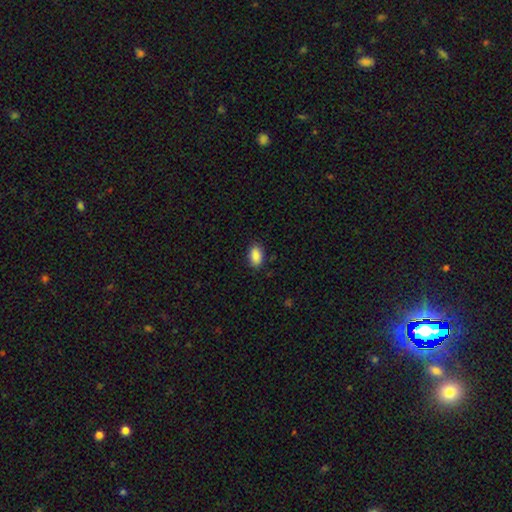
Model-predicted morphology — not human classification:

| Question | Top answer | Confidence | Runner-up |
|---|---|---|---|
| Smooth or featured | smooth | 89% | star or artifact (7%) |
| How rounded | in between | 92% | round (7%) |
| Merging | none | 87% | minor disturbance (10%) |